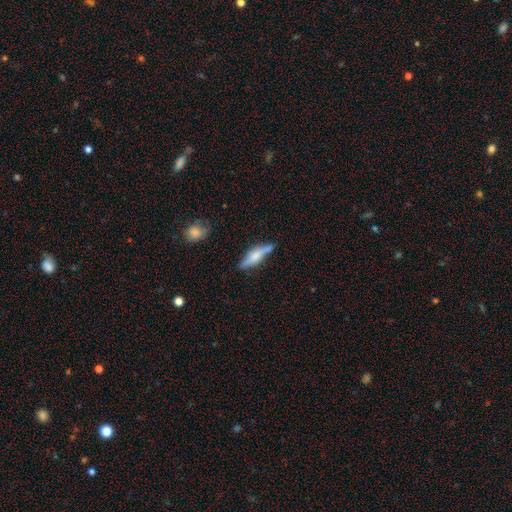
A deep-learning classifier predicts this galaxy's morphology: smooth_or_featured: smooth (p=0.50) [alt: featured or disk p=0.44]
merging: none (p=0.70) [alt: minor disturbance p=0.20]